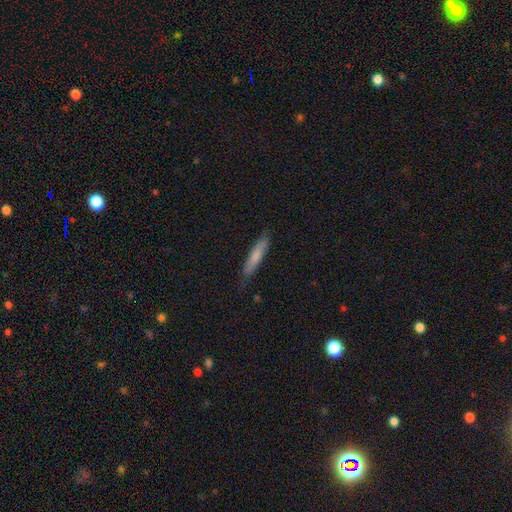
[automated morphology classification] type=smooth (72%); roundness=cigar-shaped (88%); merging=none (79%).